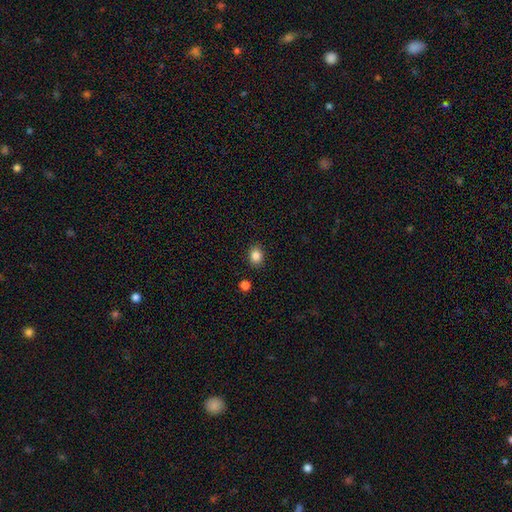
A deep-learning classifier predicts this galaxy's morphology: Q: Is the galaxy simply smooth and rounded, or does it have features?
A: smooth — 85%.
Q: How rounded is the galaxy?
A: round — 53%.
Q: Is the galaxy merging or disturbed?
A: none — 87%.